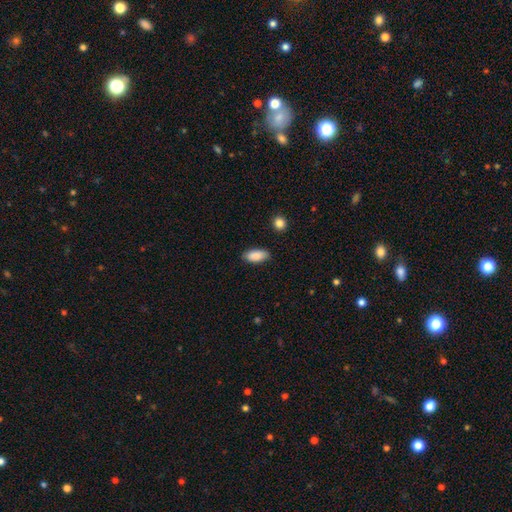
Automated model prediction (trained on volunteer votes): Overall: smooth (89%). How rounded: in between (90%). Merging: none (84%).